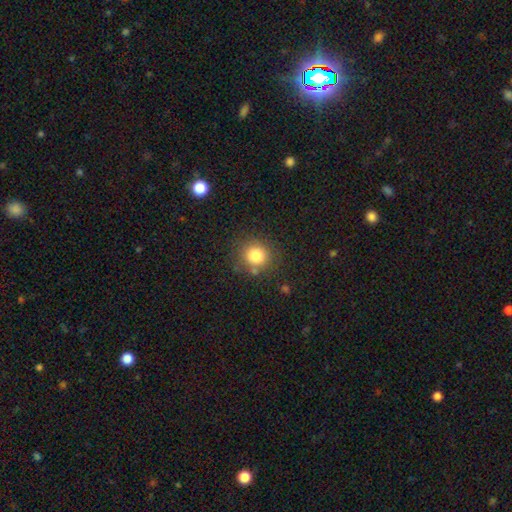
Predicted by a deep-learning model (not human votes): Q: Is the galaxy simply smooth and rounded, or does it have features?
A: smooth — 81%.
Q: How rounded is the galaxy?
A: round — 88%.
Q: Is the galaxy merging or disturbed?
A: none — 80%.